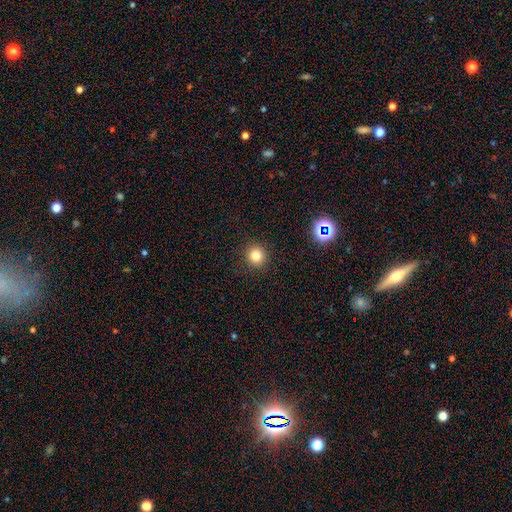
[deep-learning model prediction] smooth 80%, star or artifact 14%, featured or disk 6%. Down the decision tree: how rounded — round (91%); merging — none (91%).